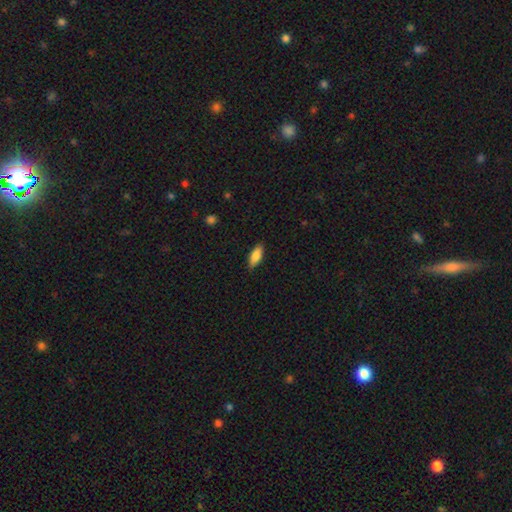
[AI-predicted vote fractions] Smooth or featured? Predicted: smooth (p=0.83). How rounded? Predicted: in between (p=0.71). Merging? Predicted: none (p=0.87).